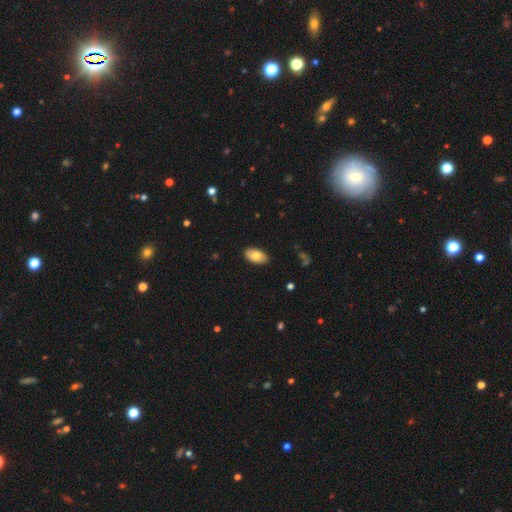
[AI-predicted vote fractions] This is clearly a smooth galaxy (80%). How rounded: clearly in between (95%). Merging: clearly none (88%).